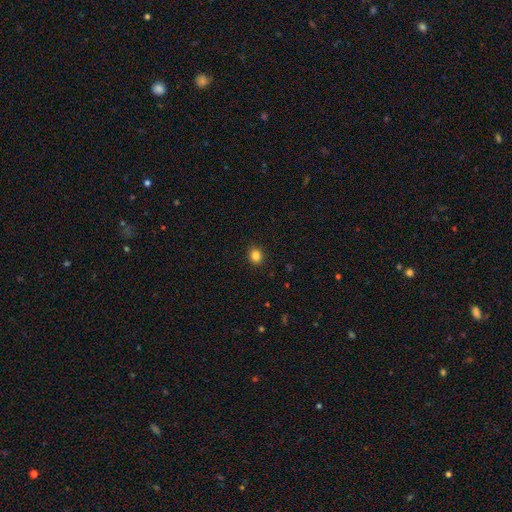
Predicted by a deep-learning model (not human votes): smooth-or-featured: smooth: 85% | star or artifact: 11% | featured or disk: 4%
  how-rounded: round: 70% | in between: 29% | cigar-shaped: 1%
  merging: none: 91% | minor disturbance: 6% | major disturbance: 2% | merger: 1%